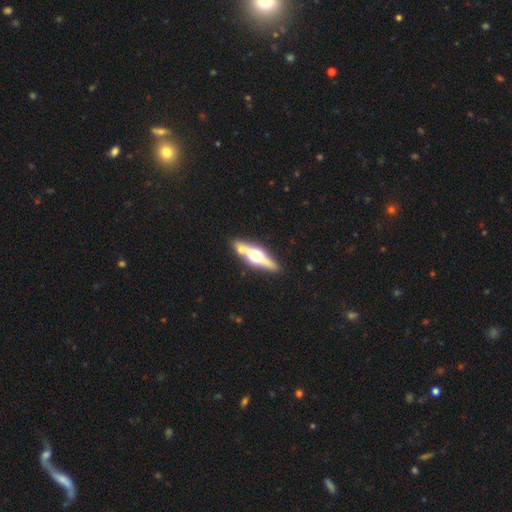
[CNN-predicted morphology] Smooth or featured? Predicted: featured or disk (p=0.74). Edge-on disk? Predicted: yes (p=0.96). Edge-on bulge? Predicted: rounded (p=0.95). Merging? Predicted: none (p=0.84).